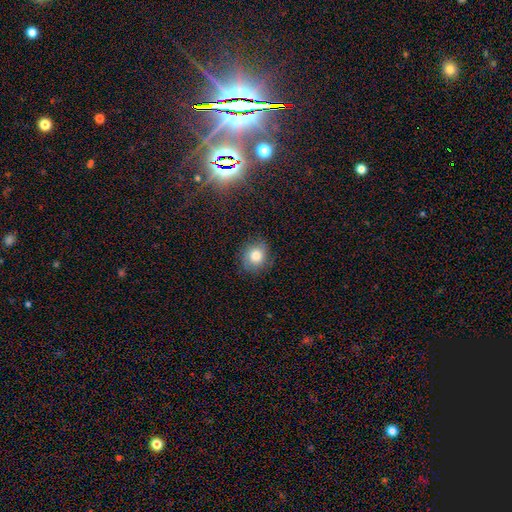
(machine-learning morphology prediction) This appears to be a smooth galaxy with no disk features (80%) that is round (76%). Merging: none (82%).